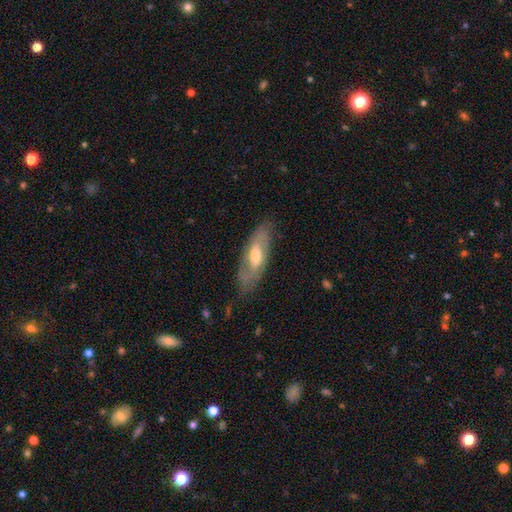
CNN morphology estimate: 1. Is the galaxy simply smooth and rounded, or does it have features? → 59% featured or disk, 35% smooth, 6% star or artifact.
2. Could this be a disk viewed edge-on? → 77% no, 23% yes.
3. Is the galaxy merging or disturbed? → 74% none, 18% minor disturbance, 6% major disturbance, 1% merger.